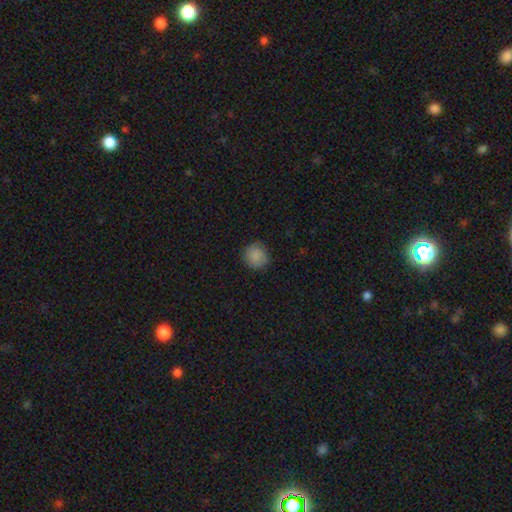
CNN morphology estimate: Smooth or featured? smooth (85%)
How rounded? round (90%)
Merging? none (84%)